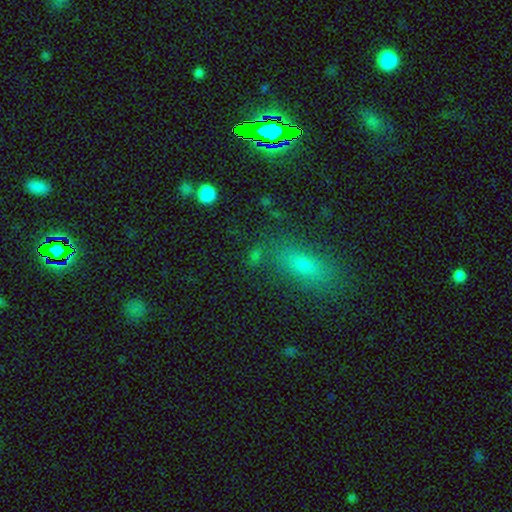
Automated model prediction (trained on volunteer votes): smooth_or_featured: smooth (p=0.66) [alt: star or artifact p=0.23]
how_rounded: in between (p=0.59) [alt: round p=0.22]
merging: none (p=0.71) [alt: minor disturbance p=0.14]